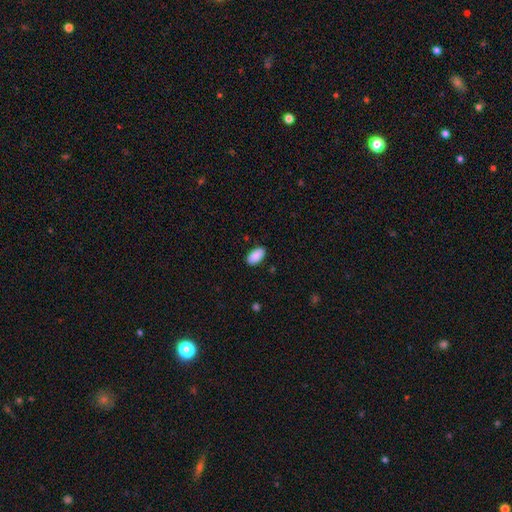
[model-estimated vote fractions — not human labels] Smooth or featured? Predicted: smooth (p=0.90). How rounded? Predicted: in between (p=0.95). Merging? Predicted: none (p=0.87).